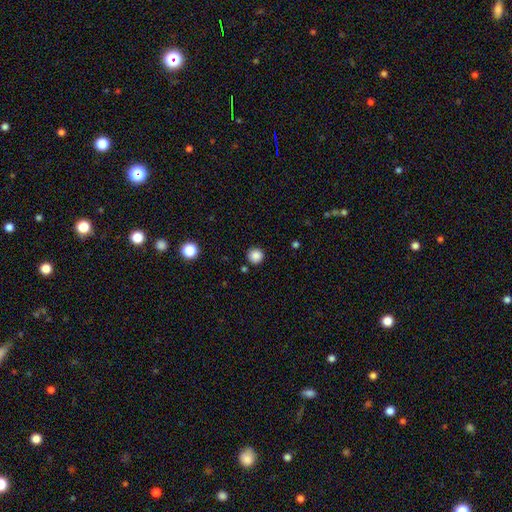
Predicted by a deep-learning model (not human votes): Overall: smooth (86%). How rounded: round (95%). Merging: none (90%).